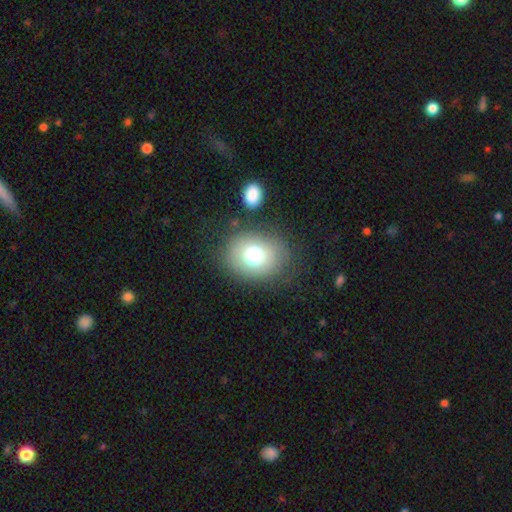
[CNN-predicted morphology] Smooth or featured?
  - smooth: 74% *
  - featured or disk: 15%
  - star or artifact: 10%
How rounded?
  - in between: 52% *
  - round: 47%
  - cigar-shaped: 1%
Merging?
  - none: 78% *
  - minor disturbance: 12%
  - merger: 5%
  - major disturbance: 5%